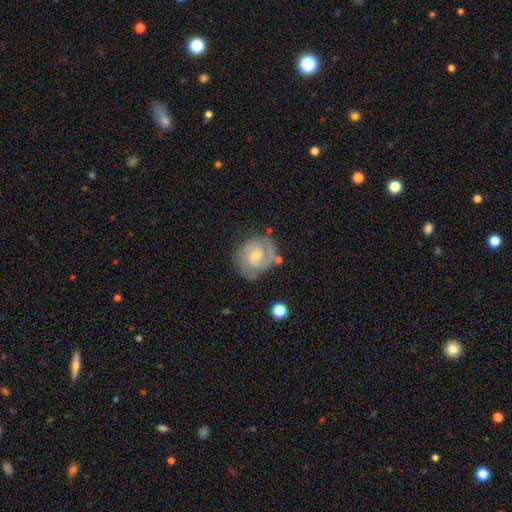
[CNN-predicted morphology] A featured or disk galaxy (81%) with a weak bar (47%), 2 (73%) tight (48%) spiral arms (96%) and a small central bulge (65%).

Vote fractions:
- Smooth or featured? featured or disk: 81% / smooth: 13% / star or artifact: 6%
- Edge-on disk? no: 98% / yes: 2%
- Bar? weak: 47% / no: 45% / strong: 8%
- Spiral arms? yes: 96% / no: 4%
- Spiral winding? tight: 48% / medium: 42% / loose: 10%
- Spiral arm count? 2: 73% / can't tell: 10% / 3: 7% / 1: 6% / 4: 2% / more than 4: 2%
- Bulge size? small: 65% / moderate: 27% / none: 6% / large: 2% / dominant: 1%
- Merging? none: 68% / minor disturbance: 19% / major disturbance: 8% / merger: 4%